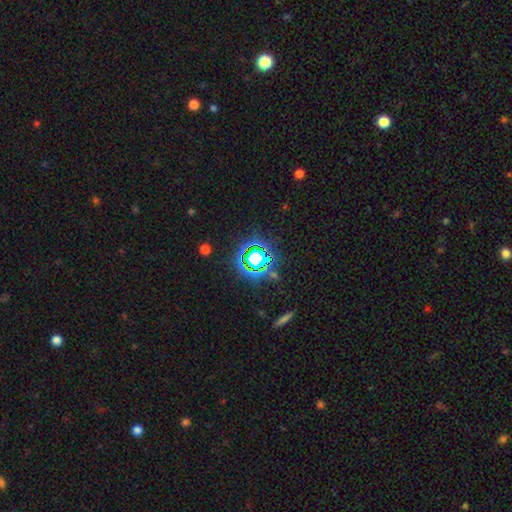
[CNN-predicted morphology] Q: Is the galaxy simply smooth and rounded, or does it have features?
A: star or artifact — 71%.